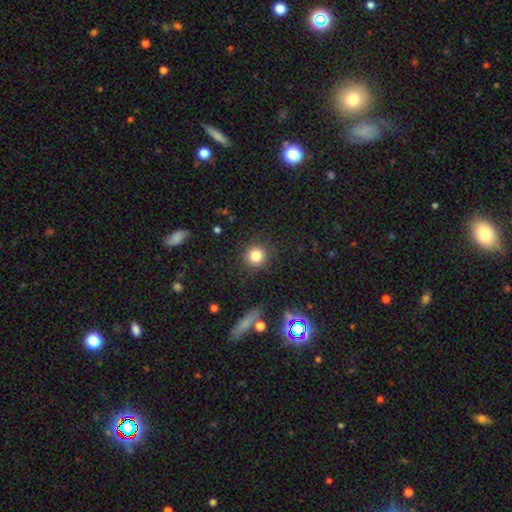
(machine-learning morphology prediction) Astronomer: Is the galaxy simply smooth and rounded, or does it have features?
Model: smooth — 81%.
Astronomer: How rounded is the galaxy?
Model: round — 92%.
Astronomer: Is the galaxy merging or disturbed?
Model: none — 89%.